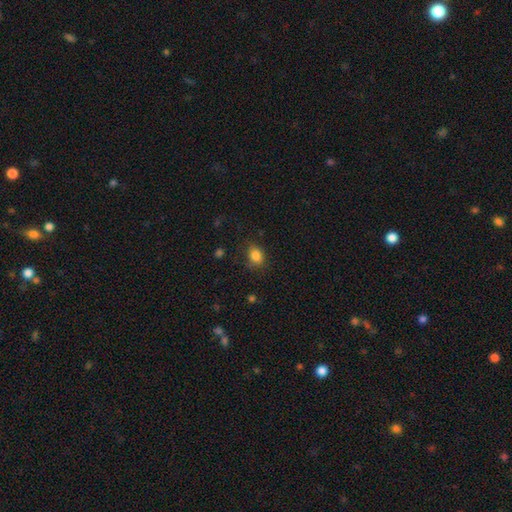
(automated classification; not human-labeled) Smooth or featured? smooth (85%)
How rounded? in between (54%)
Merging? none (79%)